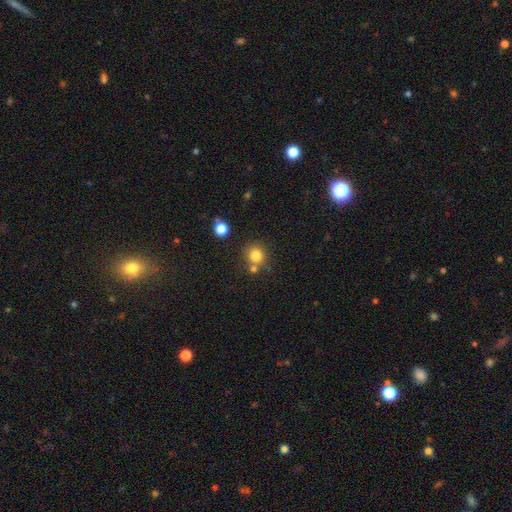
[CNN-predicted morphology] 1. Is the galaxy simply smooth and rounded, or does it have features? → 81% smooth, 12% star or artifact, 7% featured or disk.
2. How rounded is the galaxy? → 90% round, 9% in between, 1% cigar-shaped.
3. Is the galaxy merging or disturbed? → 67% none, 20% merger, 10% minor disturbance, 4% major disturbance.